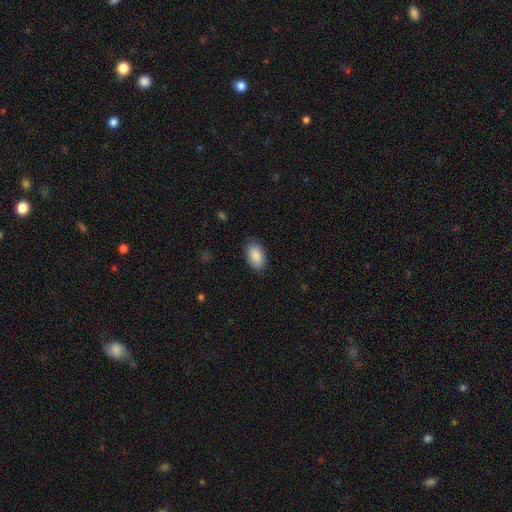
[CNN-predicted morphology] A smooth galaxy with no disk features (89%) that is in between round and cigar-shaped (93%). Merging: none (87%).